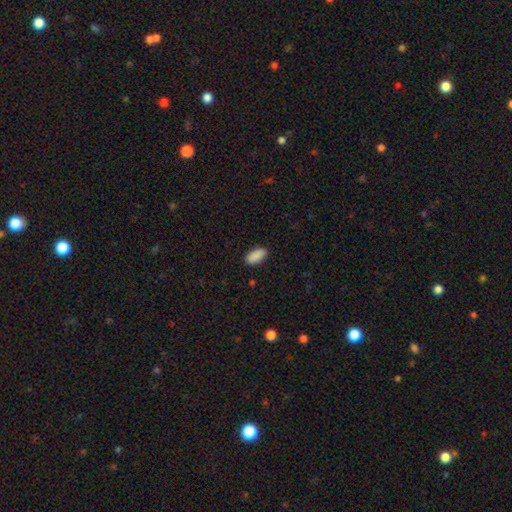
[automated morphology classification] type=smooth (90%); roundness=in between (89%); merging=none (88%).